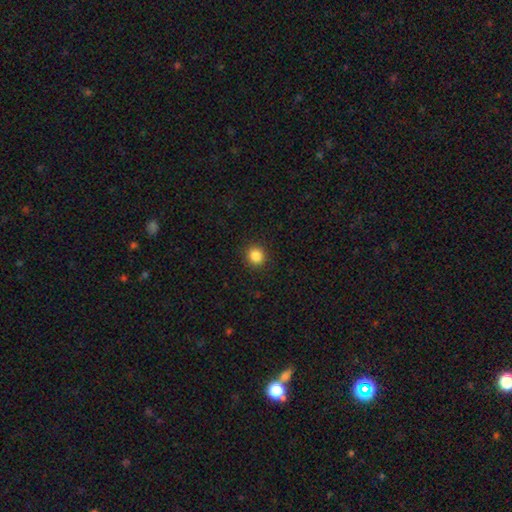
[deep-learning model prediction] smooth-or-featured: smooth: 86% | star or artifact: 11% | featured or disk: 4%
  how-rounded: round: 90% | in between: 9% | cigar-shaped: 1%
  merging: none: 92% | minor disturbance: 5% | major disturbance: 2% | merger: 1%